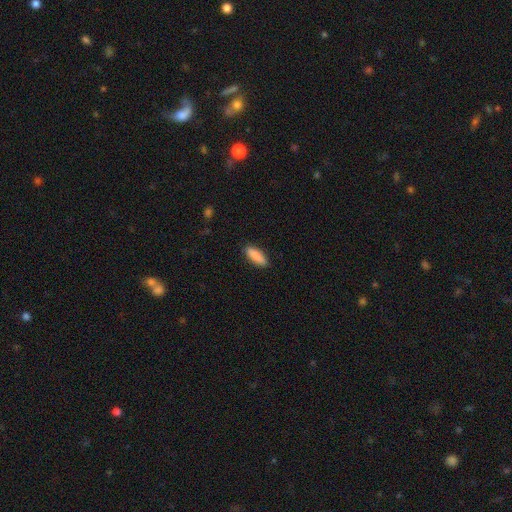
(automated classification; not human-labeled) smooth-or-featured: smooth: 89% | star or artifact: 6% | featured or disk: 5%
  how-rounded: in between: 59% | cigar-shaped: 39% | round: 2%
  merging: none: 89% | minor disturbance: 8% | major disturbance: 2% | merger: 1%